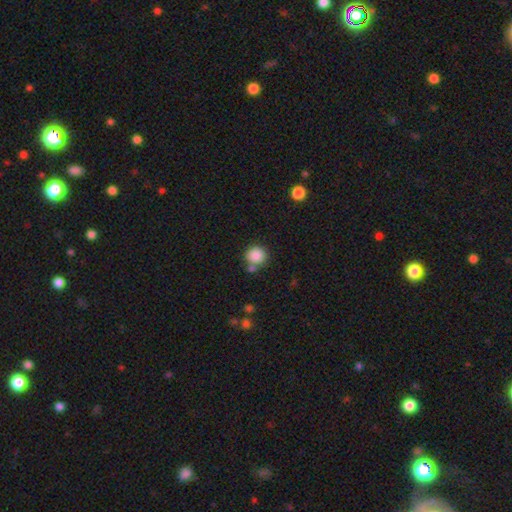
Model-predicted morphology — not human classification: smooth_or_featured: smooth (p=0.87) [alt: star or artifact p=0.09]
how_rounded: round (p=0.92) [alt: in between p=0.07]
merging: none (p=0.71) [alt: merger p=0.15]